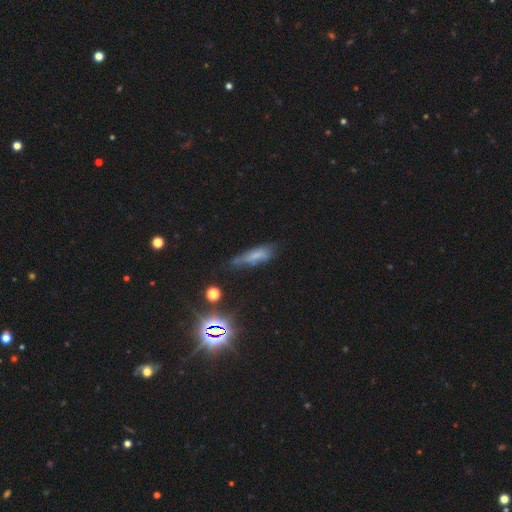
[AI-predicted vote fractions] Morphology: type=smooth (57%); roundness=cigar-shaped (57%); merging=none (47%).